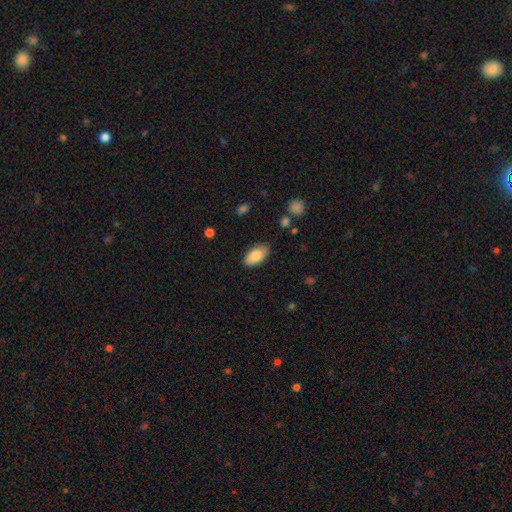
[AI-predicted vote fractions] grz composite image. It shows a smooth galaxy with no disk features (84%) that is in between round and cigar-shaped (93%). Merging: none (79%).